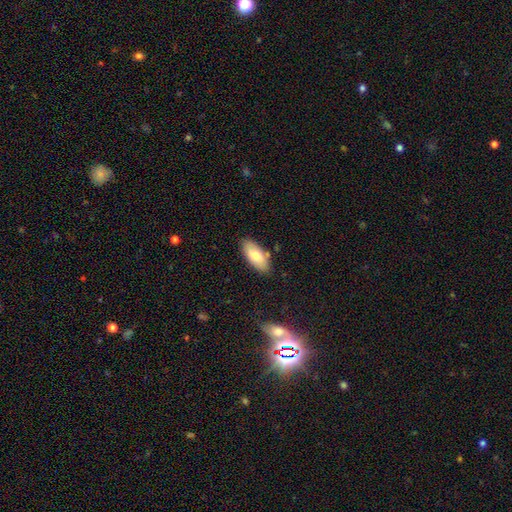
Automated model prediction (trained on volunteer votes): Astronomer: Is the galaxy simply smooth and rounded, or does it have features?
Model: smooth — 76%.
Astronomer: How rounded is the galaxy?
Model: in between — 87%.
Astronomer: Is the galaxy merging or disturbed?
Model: none — 82%.